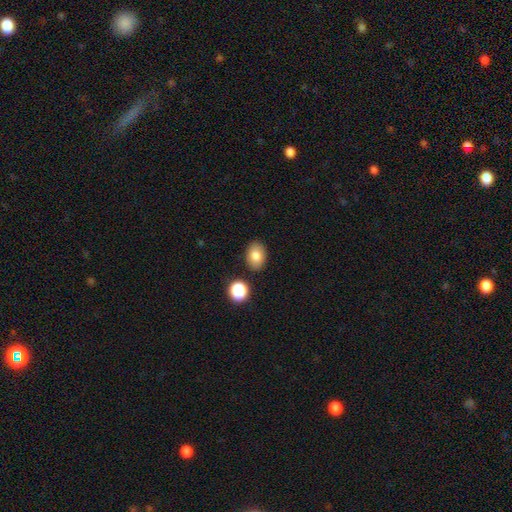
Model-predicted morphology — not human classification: Smooth or featured? Predicted: smooth (p=0.82). How rounded? Predicted: in between (p=0.77). Merging? Predicted: none (p=0.85).